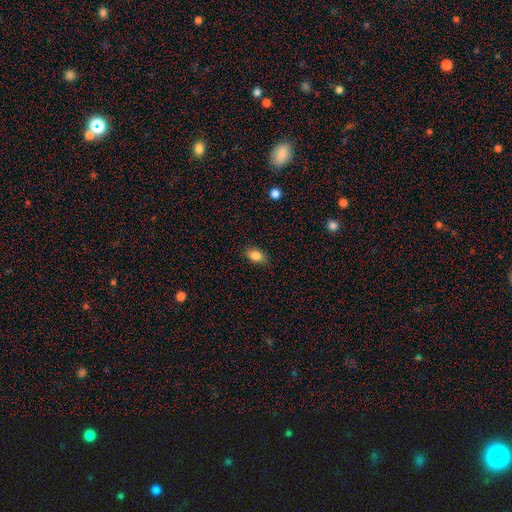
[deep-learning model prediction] This appears to be a smooth galaxy with no disk features (85%) that is in between round and cigar-shaped (88%). Merging: none (85%).